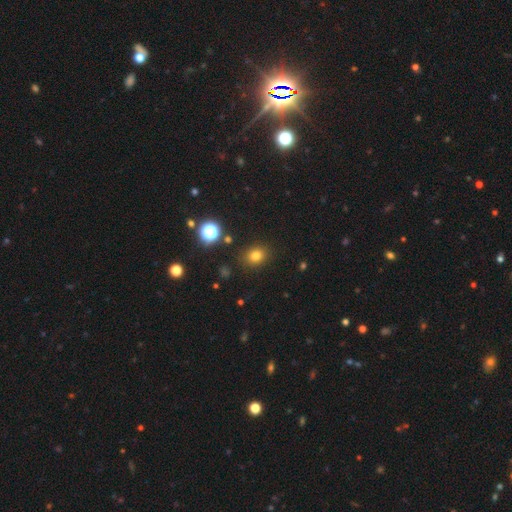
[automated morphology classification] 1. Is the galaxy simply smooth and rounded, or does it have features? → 77% smooth, 17% star or artifact, 6% featured or disk.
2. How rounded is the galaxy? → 63% round, 36% in between, 1% cigar-shaped.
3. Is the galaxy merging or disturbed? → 87% none, 8% minor disturbance, 3% major disturbance, 2% merger.